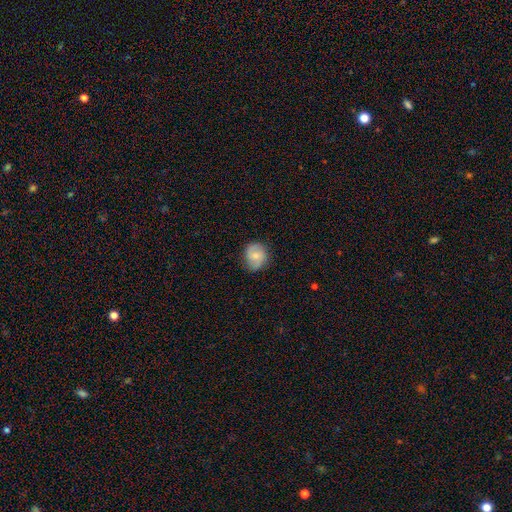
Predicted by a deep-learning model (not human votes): Morphology: type=smooth (63%); roundness=round (75%); merging=none (77%).